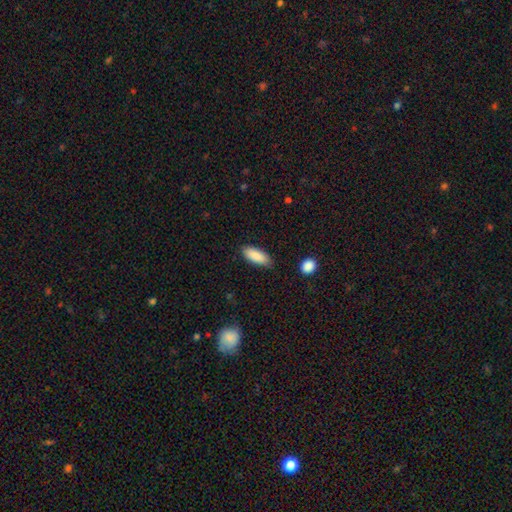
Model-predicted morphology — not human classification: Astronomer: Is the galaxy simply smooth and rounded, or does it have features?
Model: smooth — 89%.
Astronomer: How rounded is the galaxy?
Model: in between — 78%.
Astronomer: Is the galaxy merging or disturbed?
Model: none — 82%.